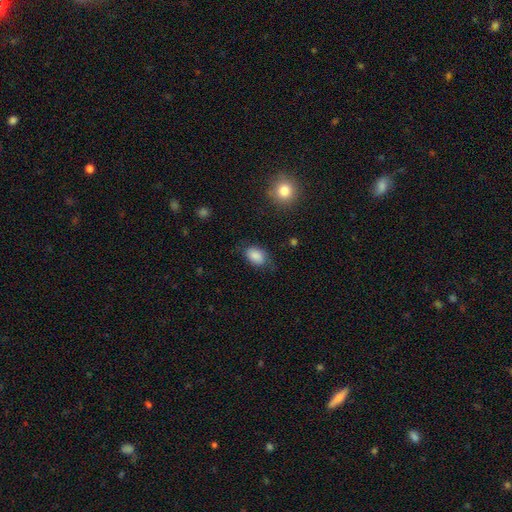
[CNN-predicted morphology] type=smooth (84%); roundness=in between (86%); merging=none (65%).